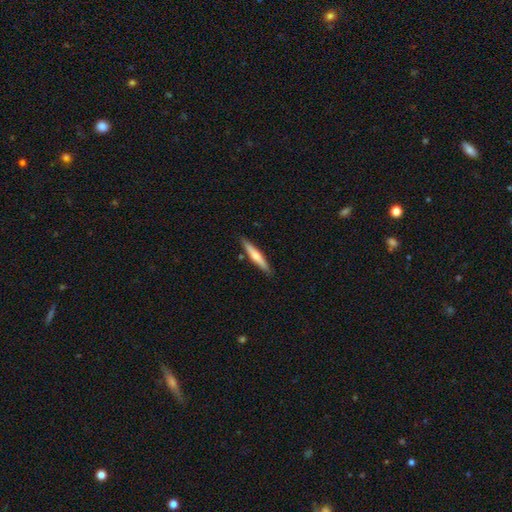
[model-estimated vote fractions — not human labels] This is possibly a smooth galaxy (57%). How rounded: clearly cigar-shaped (93%). Merging: clearly none (87%).